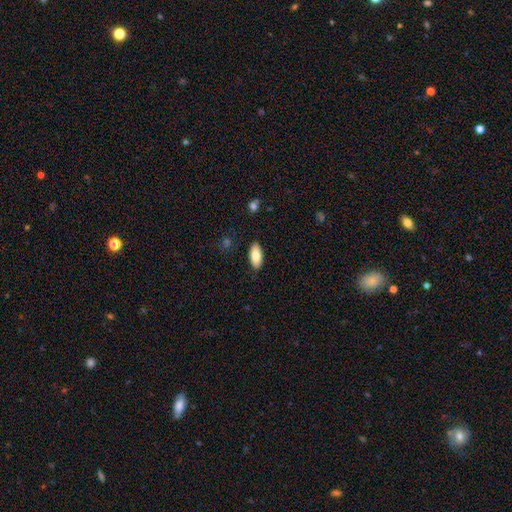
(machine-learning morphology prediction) Smooth or featured? Predicted: smooth (p=0.84). How rounded? Predicted: in between (p=0.88). Merging? Predicted: none (p=0.87).